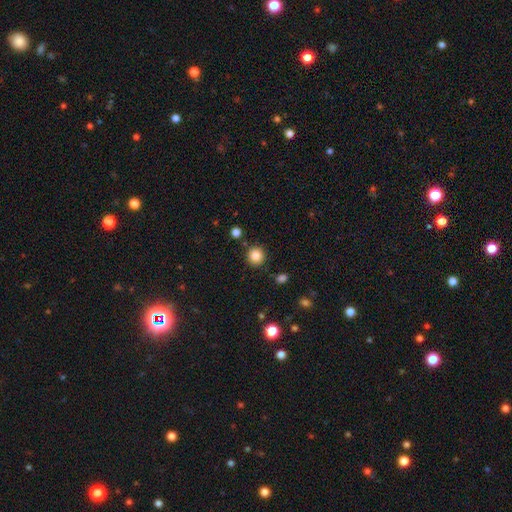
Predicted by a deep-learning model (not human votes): Smooth or featured?
  - smooth: 84% *
  - star or artifact: 11%
  - featured or disk: 5%
How rounded?
  - round: 94% *
  - in between: 6%
  - cigar-shaped: 1%
Merging?
  - none: 88% *
  - minor disturbance: 6%
  - merger: 3%
  - major disturbance: 2%